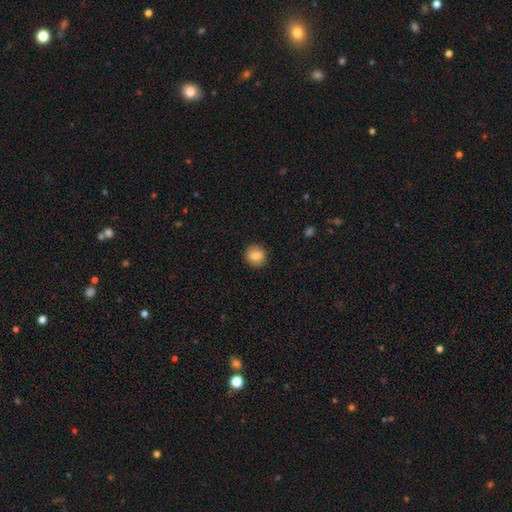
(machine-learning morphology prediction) Smooth or featured: smooth — 81% (featured or disk — 10%)
How rounded: round — 89% (in between — 10%)
Merging: none — 91% (minor disturbance — 7%)